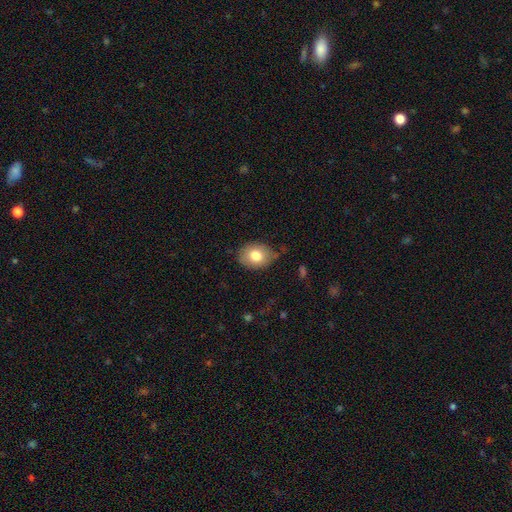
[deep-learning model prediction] Smooth or featured: smooth — 79% (featured or disk — 12%)
How rounded: in between — 53% (round — 46%)
Merging: none — 76% (minor disturbance — 19%)